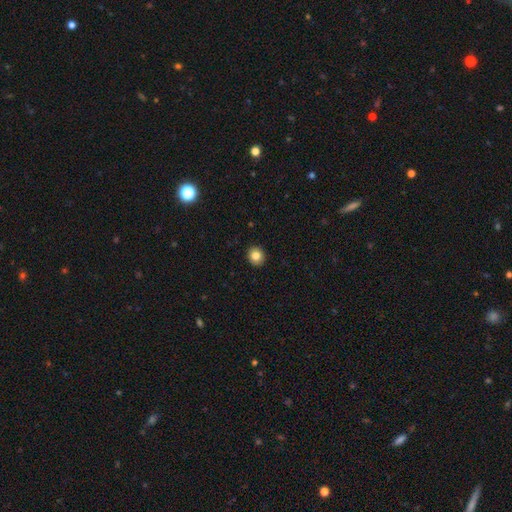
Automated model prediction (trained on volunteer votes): The model was most divided on "how rounded": round: 84%, in between: 15%, cigar-shaped: 1%. More confident: merging — none (92%); smooth or featured — smooth (84%).